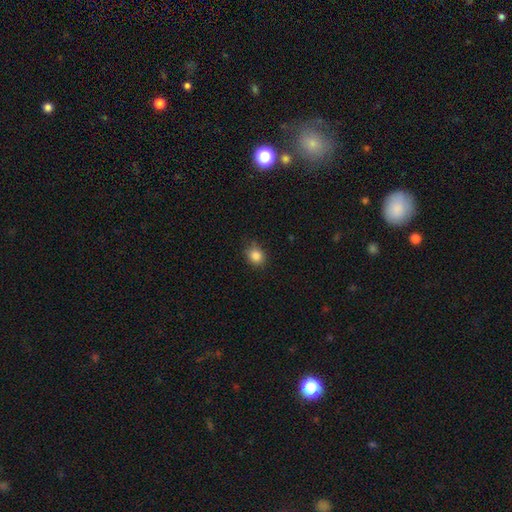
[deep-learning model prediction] Q: Smooth or featured?
A: smooth (86%); runner-up: star or artifact (10%)
Q: How rounded?
A: round (65%); runner-up: in between (35%)
Q: Merging?
A: none (79%); runner-up: minor disturbance (17%)